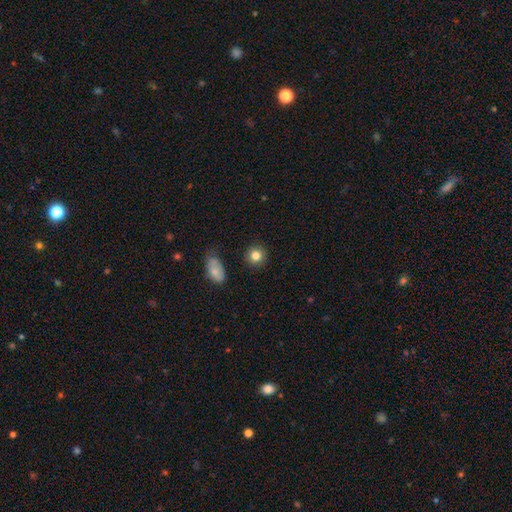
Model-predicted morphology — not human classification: A smooth galaxy with no disk features (83%) that is round (89%). Merging: none (87%).